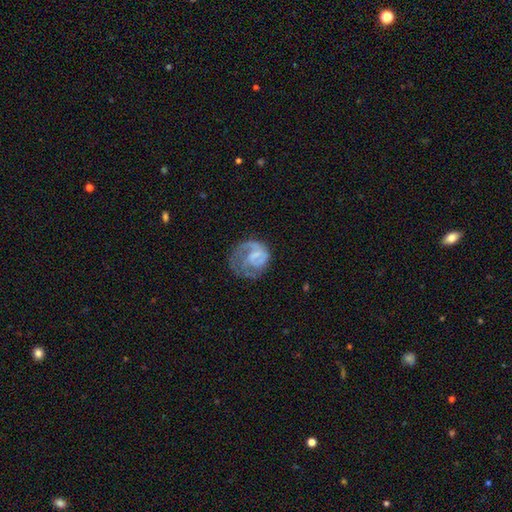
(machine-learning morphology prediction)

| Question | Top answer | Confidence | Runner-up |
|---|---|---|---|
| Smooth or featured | featured or disk | 60% | smooth (33%) |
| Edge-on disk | no | 98% | yes (2%) |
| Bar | no | 48% | weak (42%) |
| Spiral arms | yes | 72% | no (28%) |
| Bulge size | none | 46% | small (28%) |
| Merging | major disturbance | 39% | none (36%) |